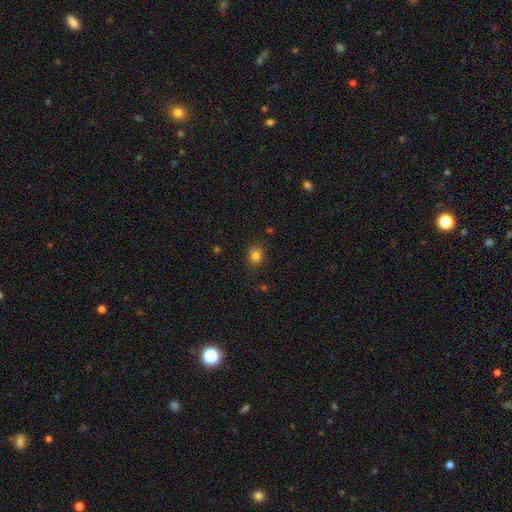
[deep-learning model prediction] Smooth or featured? smooth (82%)
How rounded? round (68%)
Merging? none (83%)